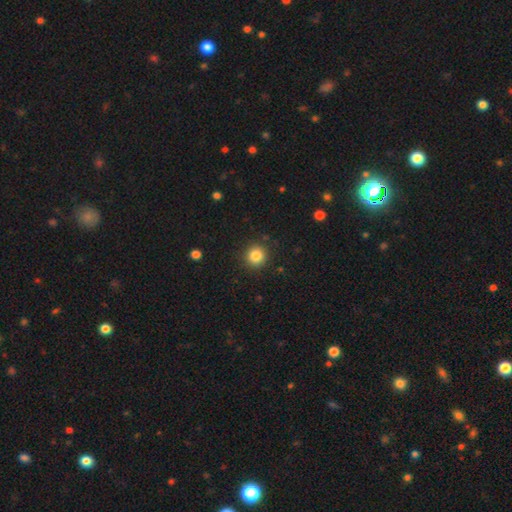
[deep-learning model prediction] This appears to be a smooth galaxy with no disk features (85%) that is round (92%). Merging: none (90%).